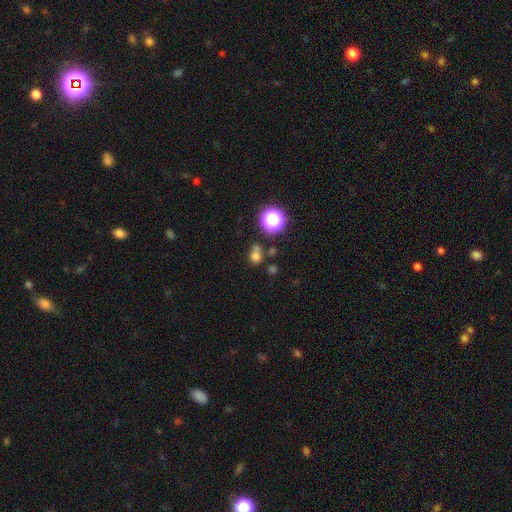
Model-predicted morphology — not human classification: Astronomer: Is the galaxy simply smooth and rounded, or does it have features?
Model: smooth — 71%.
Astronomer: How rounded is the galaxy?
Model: round — 64%.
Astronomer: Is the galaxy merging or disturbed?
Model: none — 55%.